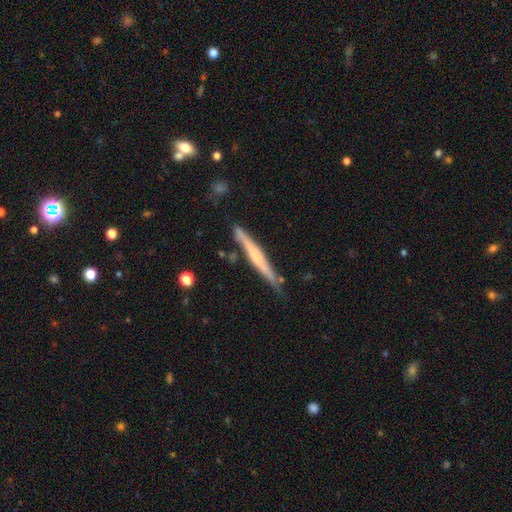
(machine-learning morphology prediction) Overall: featured or disk (57%; smooth 37%). Edge-on disk: yes (96%). Edge-on bulge: none (46%; rounded 40%). Merging: none (78%).